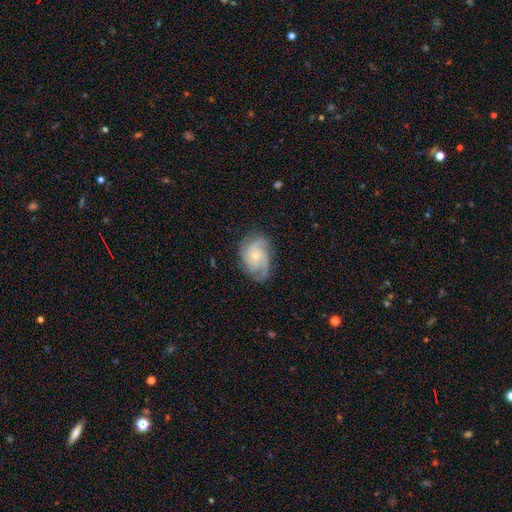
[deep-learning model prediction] A featured or disk galaxy (83%) with no bar (76%), 3 (50%) tight (48%) spiral arms (97%) and a small central bulge (62%). Merging: none (73%).